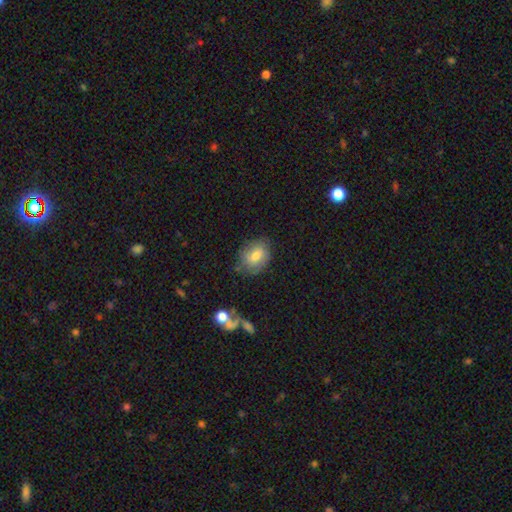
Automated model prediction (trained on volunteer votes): Q: Smooth or featured?
A: smooth (70%); runner-up: featured or disk (21%)
Q: How rounded?
A: in between (65%); runner-up: round (34%)
Q: Merging?
A: none (71%); runner-up: minor disturbance (20%)